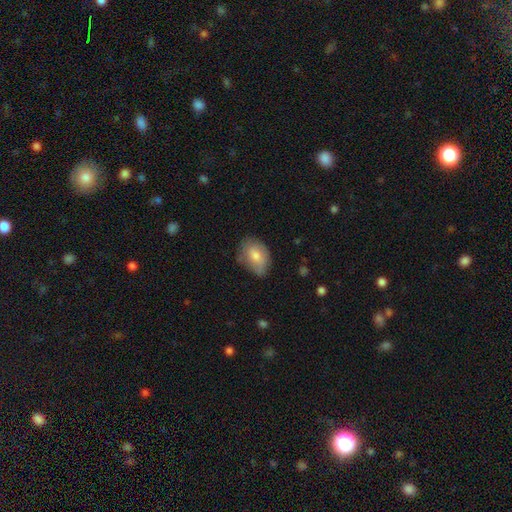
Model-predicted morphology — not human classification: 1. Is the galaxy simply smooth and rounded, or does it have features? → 74% smooth, 18% featured or disk, 7% star or artifact.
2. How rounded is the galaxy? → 80% in between, 19% round, 1% cigar-shaped.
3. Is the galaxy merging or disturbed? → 62% none, 30% minor disturbance, 6% major disturbance, 2% merger.